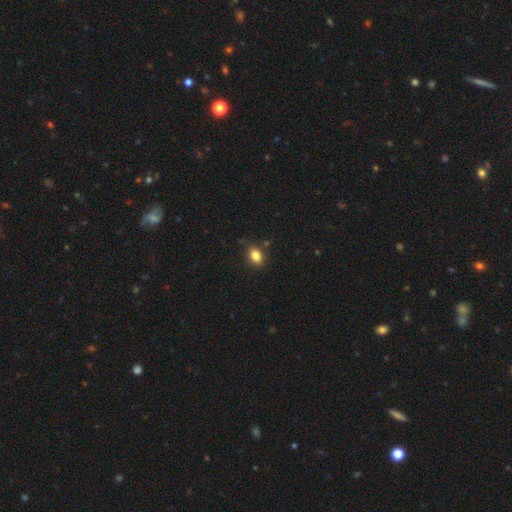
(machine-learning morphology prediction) Q: Smooth or featured?
A: smooth (83%); runner-up: star or artifact (10%)
Q: How rounded?
A: in between (71%); runner-up: round (28%)
Q: Merging?
A: none (84%); runner-up: minor disturbance (11%)